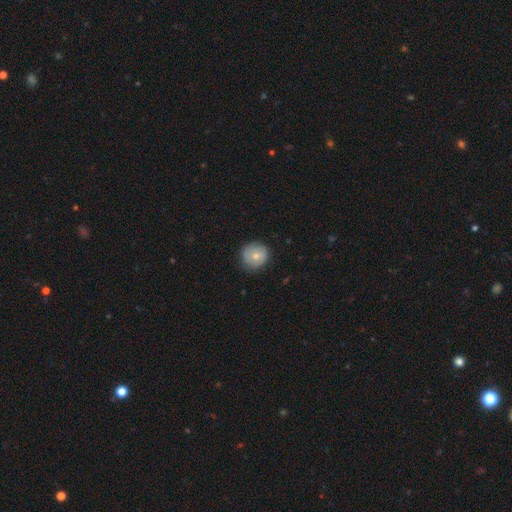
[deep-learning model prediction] Smooth or featured: smooth — 68% (featured or disk — 24%)
How rounded: round — 90% (in between — 9%)
Merging: none — 81% (minor disturbance — 15%)